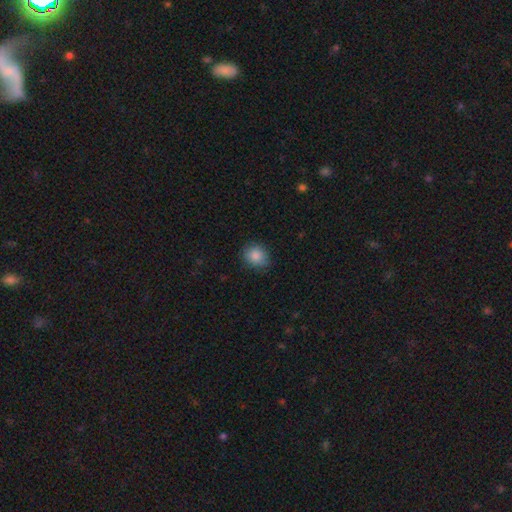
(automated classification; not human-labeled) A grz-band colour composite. It shows a smooth galaxy with no disk features (86%) that is round (66%). Merging: none (83%).